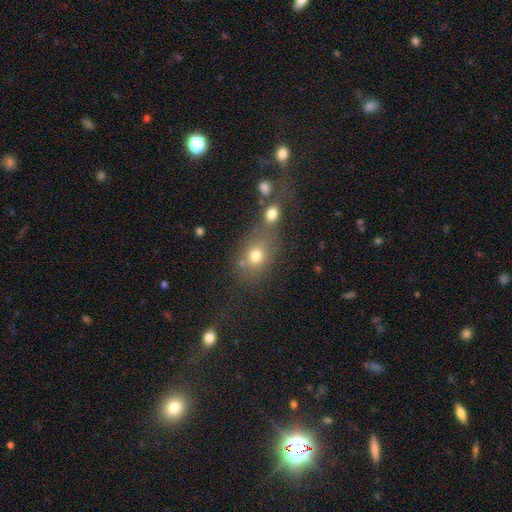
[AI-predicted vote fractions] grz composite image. It shows a smooth galaxy with no disk features (72%) that is in between round and cigar-shaped (50%). Merging: none (50%).